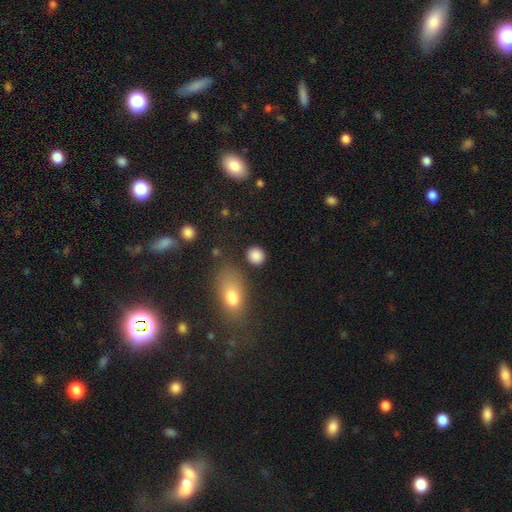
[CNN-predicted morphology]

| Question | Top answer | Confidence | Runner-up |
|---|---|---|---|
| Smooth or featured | smooth | 86% | star or artifact (9%) |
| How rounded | round | 79% | in between (20%) |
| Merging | none | 81% | minor disturbance (10%) |